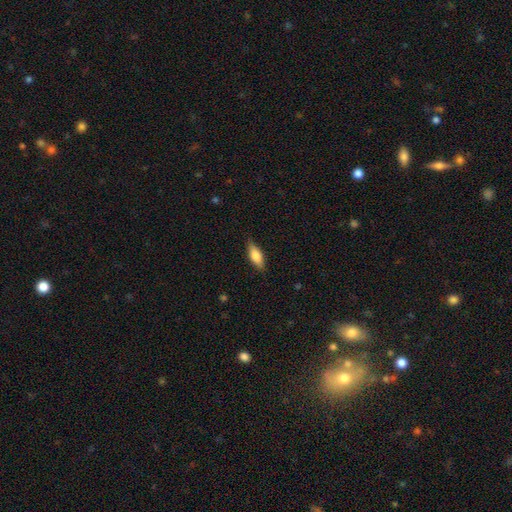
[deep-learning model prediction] Smooth or featured? Predicted: smooth (p=0.73). How rounded? Predicted: in between (p=0.69). Merging? Predicted: none (p=0.82).